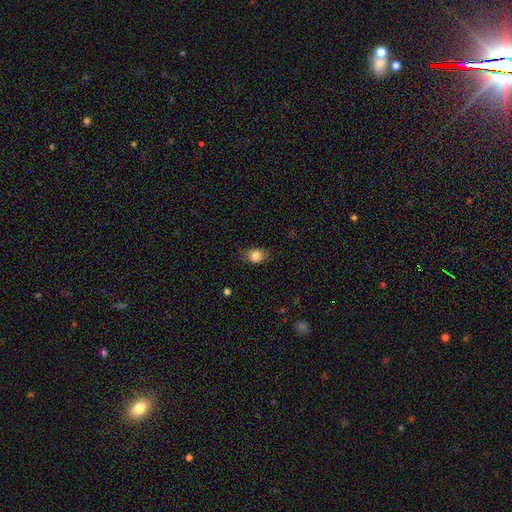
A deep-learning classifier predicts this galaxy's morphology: This is clearly a smooth galaxy (84%). How rounded: likely in between (60%). Merging: likely none (77%).